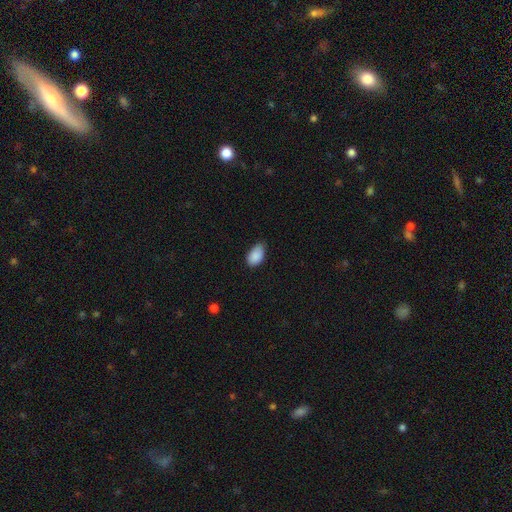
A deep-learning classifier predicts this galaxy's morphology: A smooth galaxy with no disk features (89%) that is in between round and cigar-shaped (93%).

Vote fractions:
- Smooth or featured? smooth: 89% / star or artifact: 7% / featured or disk: 4%
- How rounded? in between: 93% / round: 6% / cigar-shaped: 1%
- Merging? none: 64% / minor disturbance: 31% / major disturbance: 4% / merger: 1%